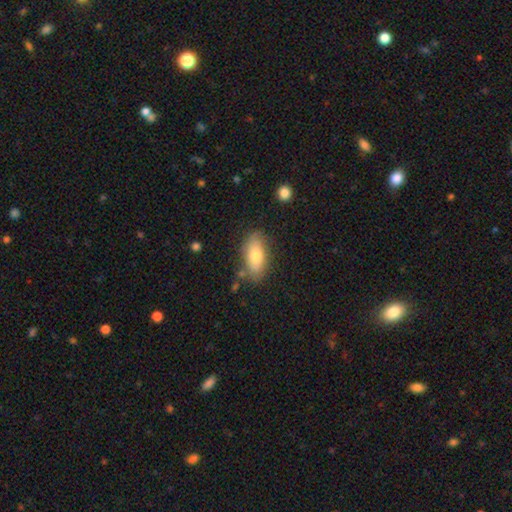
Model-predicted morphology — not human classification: smooth-or-featured: smooth: 74% | featured or disk: 19% | star or artifact: 7%
  how-rounded: in between: 86% | cigar-shaped: 11% | round: 4%
  merging: none: 77% | minor disturbance: 15% | merger: 4% | major disturbance: 4%